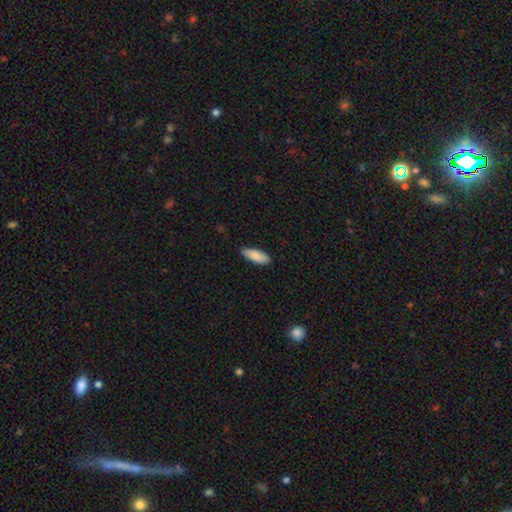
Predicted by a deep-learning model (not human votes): smooth-or-featured: smooth: 88% | star or artifact: 6% | featured or disk: 6%
  how-rounded: in between: 69% | cigar-shaped: 29% | round: 2%
  merging: none: 85% | minor disturbance: 12% | major disturbance: 2% | merger: 1%